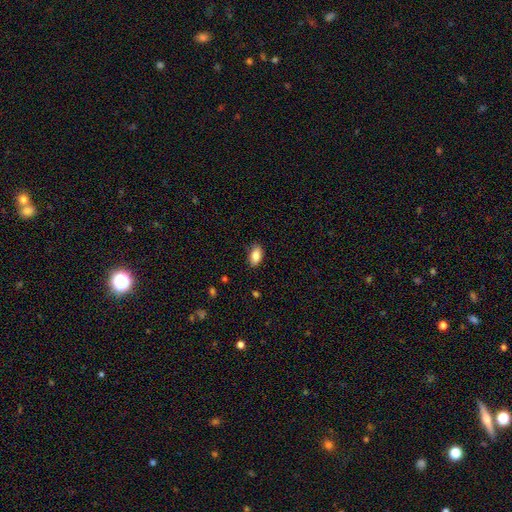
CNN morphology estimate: This appears to be a smooth galaxy with no disk features (85%) that is in between round and cigar-shaped (92%). Merging: none (83%).